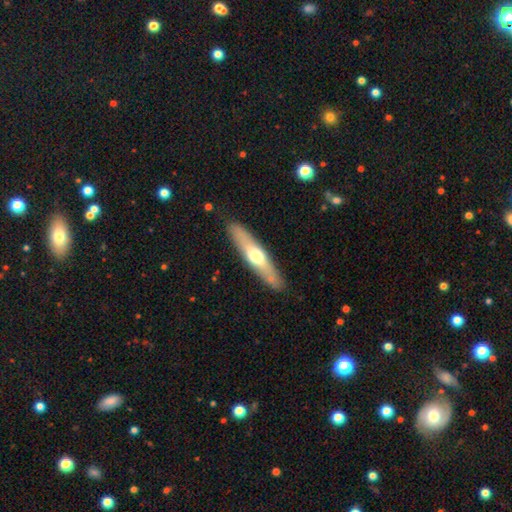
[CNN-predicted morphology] The model was most divided on "smooth or featured" (2-way tie): featured or disk: 47%, smooth: 47%, star or artifact: 5%. More confident: merging — none (86%).